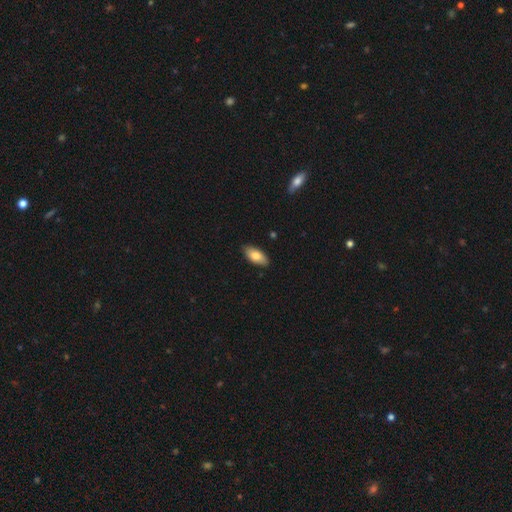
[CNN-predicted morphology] A smooth galaxy with no disk features (79%) that is in between round and cigar-shaped (90%). Merging: none (86%).